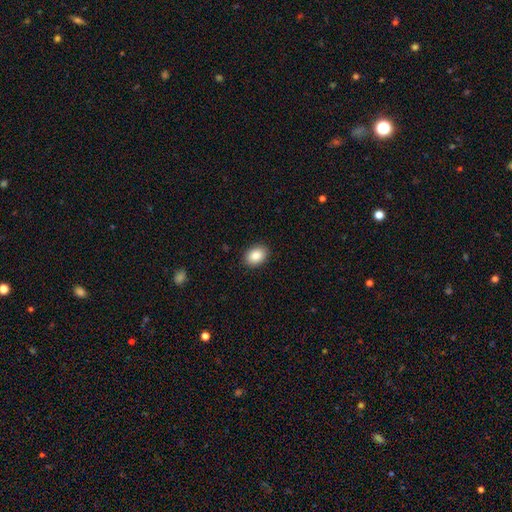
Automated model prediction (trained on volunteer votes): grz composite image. It shows a smooth galaxy with no disk features (88%) that is in between round and cigar-shaped (76%). Merging: none (90%).